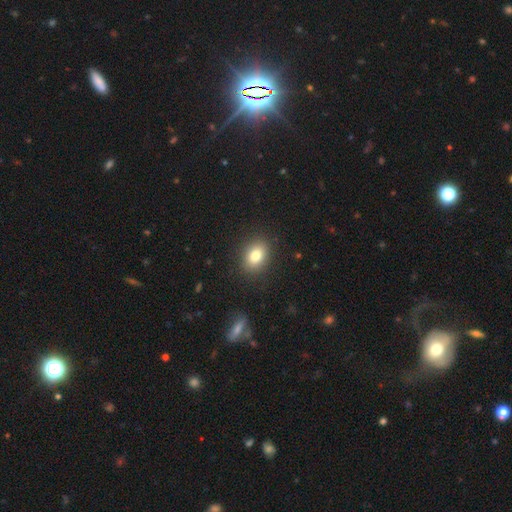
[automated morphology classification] type=smooth (80%); roundness=in between (65%); merging=none (88%).